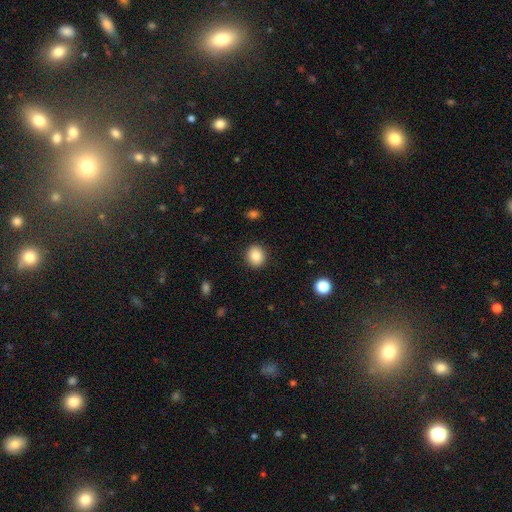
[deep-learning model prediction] Overall: smooth (86%). How rounded: round (80%). Merging: none (91%).